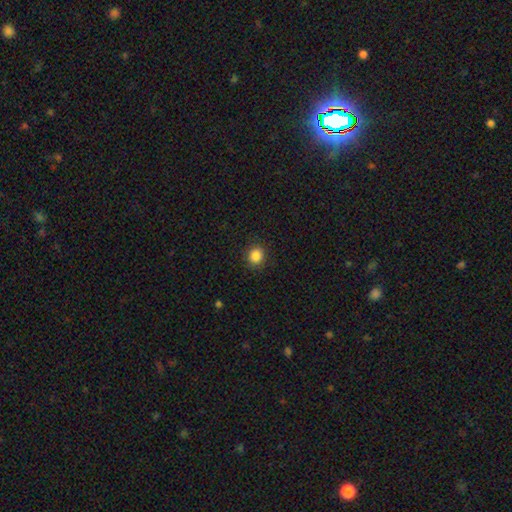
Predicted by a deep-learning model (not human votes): Smooth or featured: smooth — 86% (star or artifact — 10%)
How rounded: round — 76% (in between — 23%)
Merging: none — 89% (minor disturbance — 8%)